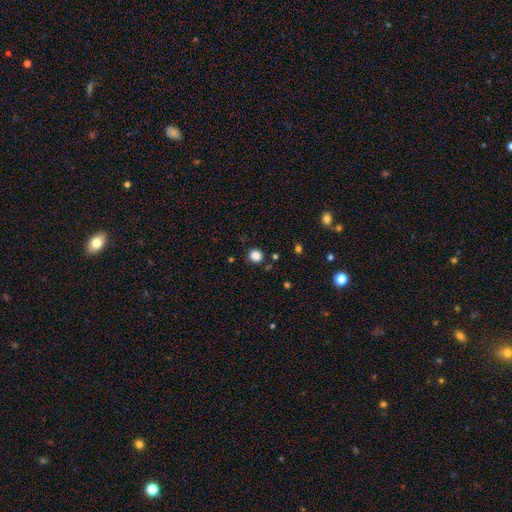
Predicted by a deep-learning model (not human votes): This appears to be a smooth galaxy with no disk features (85%) that is round (87%). Merging: none (88%).